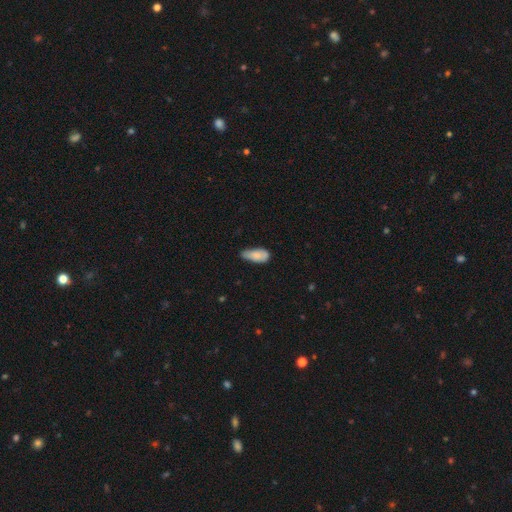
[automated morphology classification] Smooth or featured?
  - smooth: 79% *
  - featured or disk: 14%
  - star or artifact: 7%
How rounded?
  - in between: 86% *
  - cigar-shaped: 11%
  - round: 3%
Merging?
  - none: 46% *
  - minor disturbance: 42%
  - major disturbance: 9%
  - merger: 3%